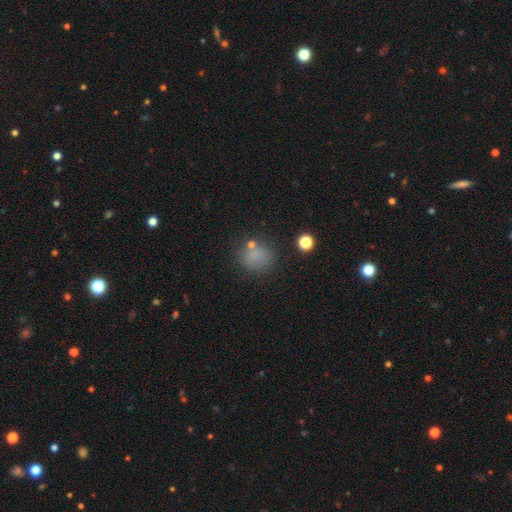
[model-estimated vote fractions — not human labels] Smooth or featured: smooth — 75% (star or artifact — 17%)
How rounded: round — 79% (in between — 20%)
Merging: none — 77% (minor disturbance — 13%)